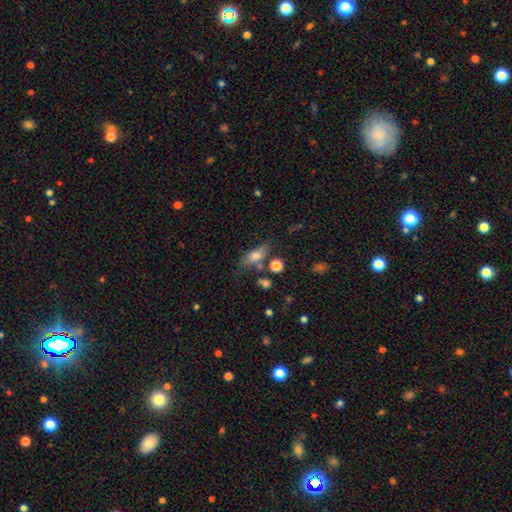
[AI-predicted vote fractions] A smooth galaxy with no disk features (71%) that is in between round and cigar-shaped (72%). Merging: none (63%).